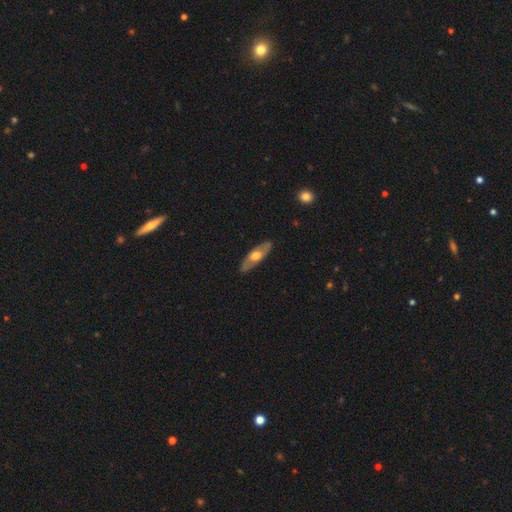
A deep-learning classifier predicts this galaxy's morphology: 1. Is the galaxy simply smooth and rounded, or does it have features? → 53% featured or disk, 42% smooth, 5% star or artifact.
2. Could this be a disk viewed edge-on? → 54% no, 46% yes.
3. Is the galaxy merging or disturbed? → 85% none, 11% minor disturbance, 2% major disturbance, 1% merger.